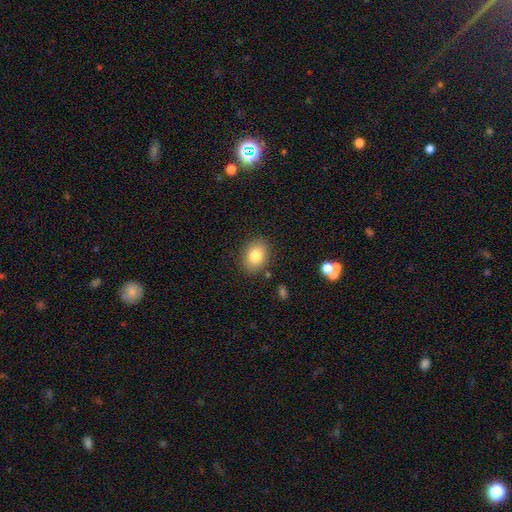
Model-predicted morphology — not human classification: Smooth or featured?
  - smooth: 80% *
  - featured or disk: 10%
  - star or artifact: 9%
How rounded?
  - in between: 64% *
  - round: 35%
  - cigar-shaped: 1%
Merging?
  - none: 86% *
  - minor disturbance: 10%
  - major disturbance: 3%
  - merger: 2%